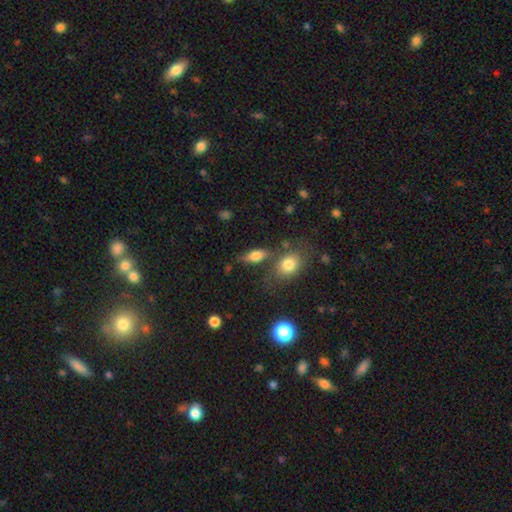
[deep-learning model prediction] Q: Smooth or featured?
A: smooth (69%); runner-up: featured or disk (20%)
Q: How rounded?
A: in between (74%); runner-up: cigar-shaped (17%)
Q: Merging?
A: none (62%); runner-up: minor disturbance (16%)